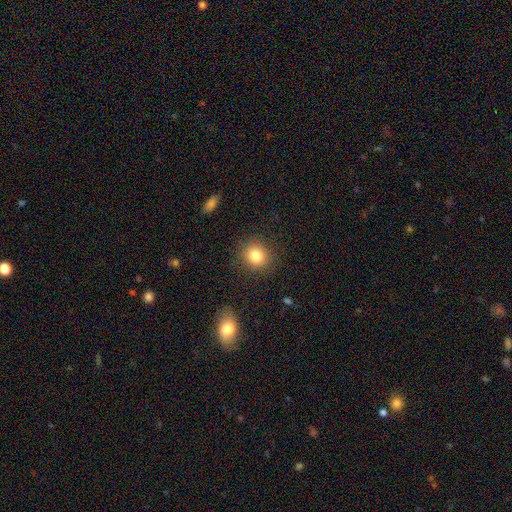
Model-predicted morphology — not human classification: A smooth galaxy with no disk features (82%) that is round (83%). Merging: none (87%).